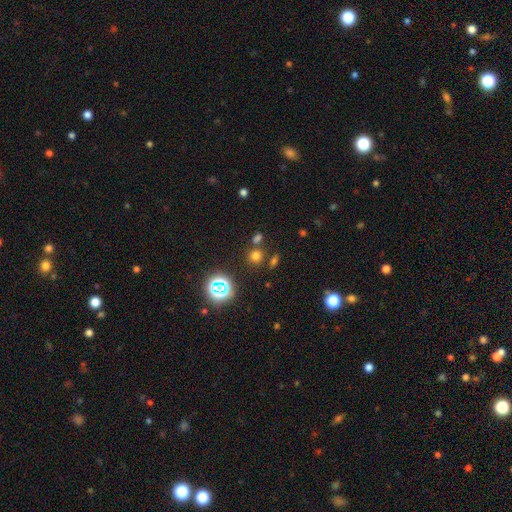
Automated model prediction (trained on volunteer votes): Smooth or featured: smooth — 63% (star or artifact — 29%)
How rounded: round — 85% (in between — 13%)
Merging: none — 74% (merger — 14%)